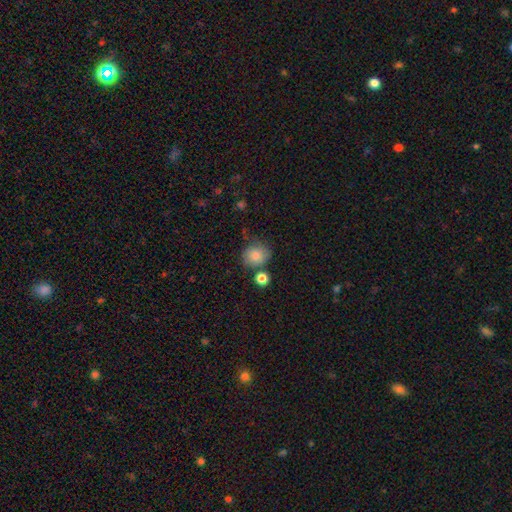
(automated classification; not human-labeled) smooth 80%, featured or disk 11%, star or artifact 9%. Down the decision tree: how rounded — round (76%); merging — none (60%).